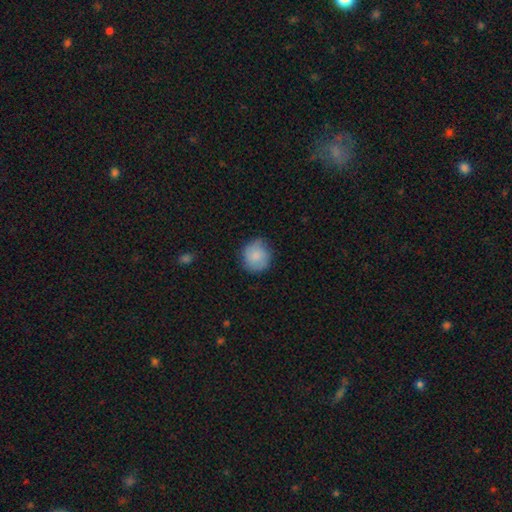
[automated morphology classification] This appears to be a smooth galaxy with no disk features (81%) that is round (87%). Merging: none (73%).